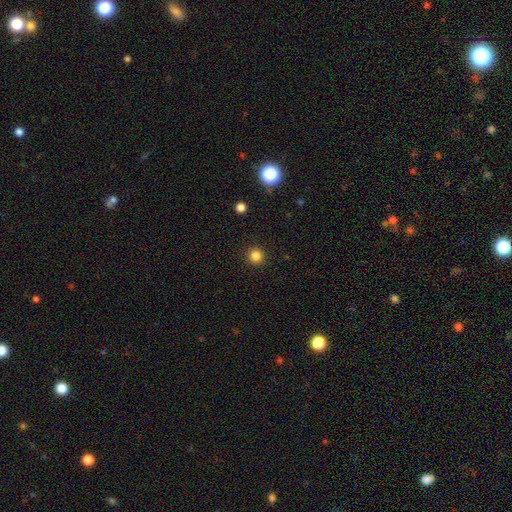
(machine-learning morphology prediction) smooth_or_featured: smooth (p=0.84) [alt: star or artifact p=0.13]
how_rounded: round (p=0.95) [alt: in between p=0.04]
merging: none (p=0.93) [alt: minor disturbance p=0.04]